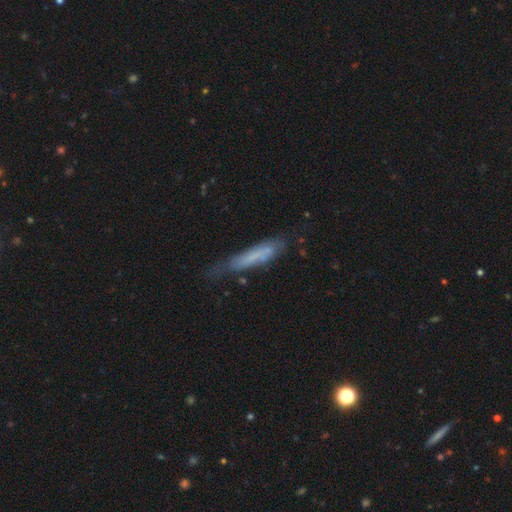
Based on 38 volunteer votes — smooth-or-featured: featured or disk: 53% | smooth: 45% | star or artifact: 3%
  disk-edge-on: yes: 85% | no: 15%
    edge-on-bulge: none: 76% | boxy: 12% | rounded: 12%
  merging: none: 46% | minor disturbance: 38% | major disturbance: 14% | merger: 3%